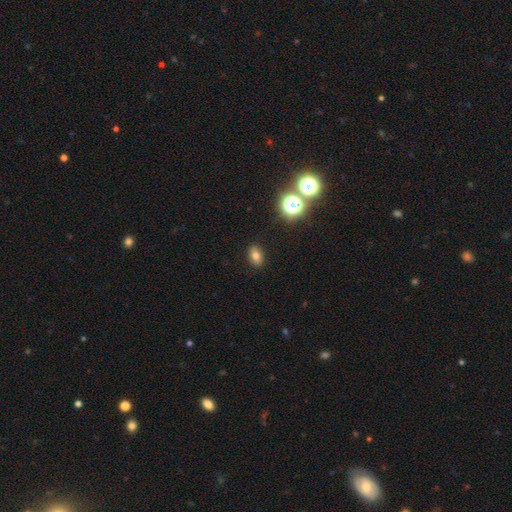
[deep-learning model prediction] smooth 72%, star or artifact 16%, featured or disk 12%. Down the decision tree: how rounded — in between (80%); merging — none (88%).